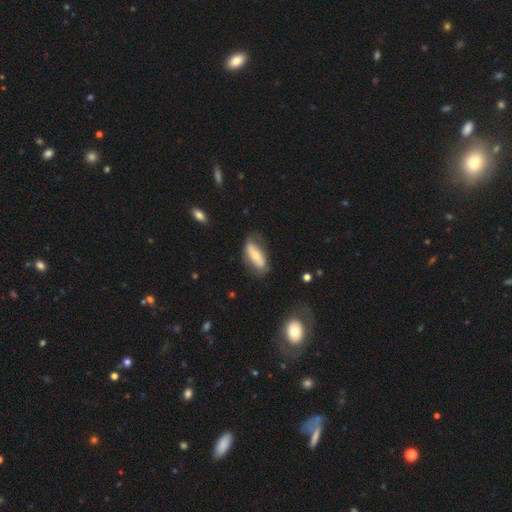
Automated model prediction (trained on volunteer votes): Overall: smooth (49%; featured or disk 45%). Merging: none (62%; minor disturbance 24%).